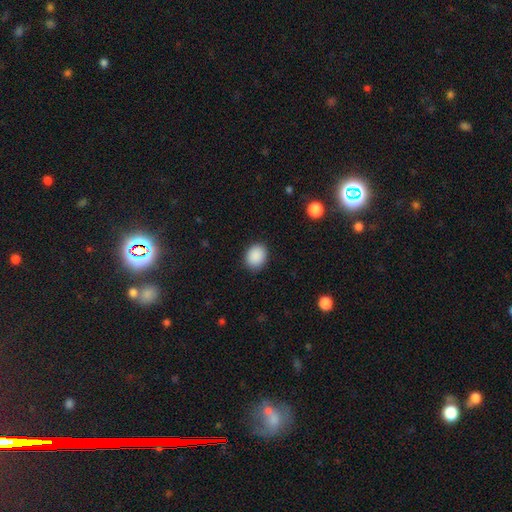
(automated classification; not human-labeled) A smooth galaxy with no disk features (89%) that is in between round and cigar-shaped (50%). Merging: none (88%).